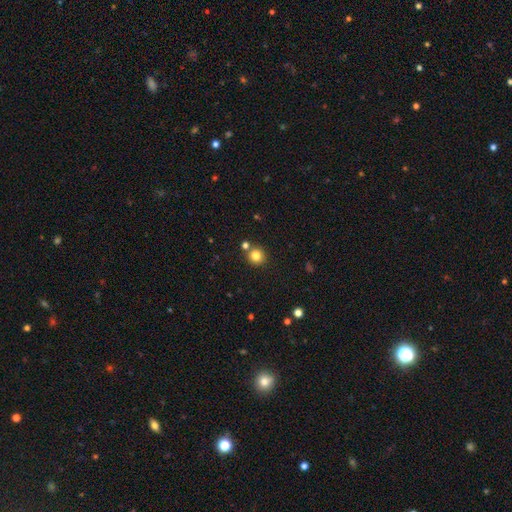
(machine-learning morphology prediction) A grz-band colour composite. It shows a smooth galaxy with no disk features (81%) that is round (92%). Merging: none (80%).